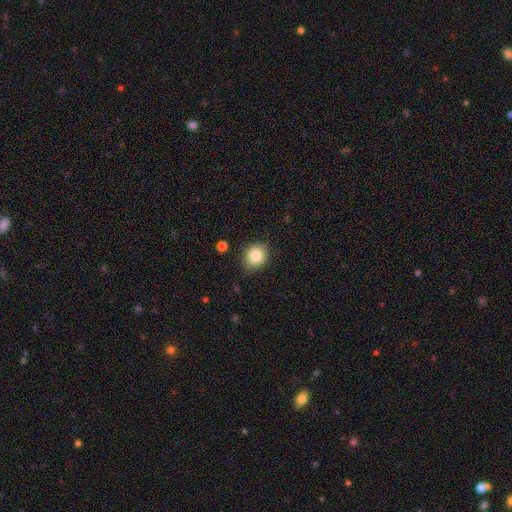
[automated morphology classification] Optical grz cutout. It shows a smooth galaxy with no disk features (84%) that is round (72%). Merging: none (82%).